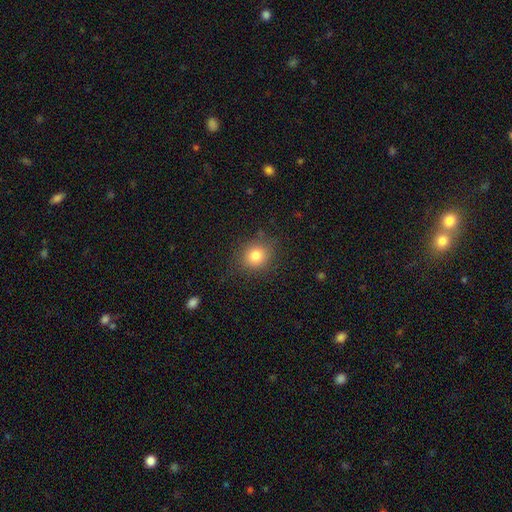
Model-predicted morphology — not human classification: A smooth galaxy with no disk features (81%) that is round (76%). Merging: none (84%).